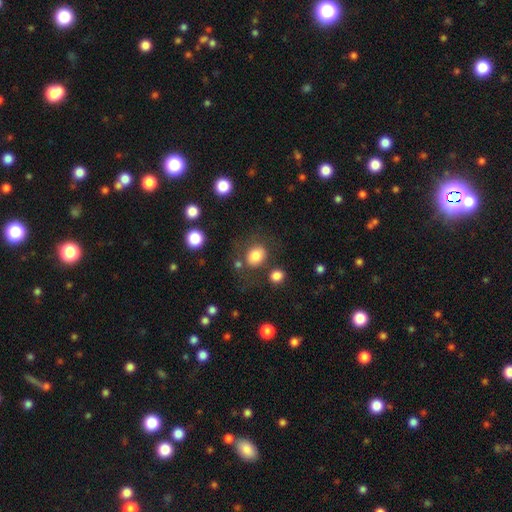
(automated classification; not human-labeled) Smooth or featured: smooth — 81% (star or artifact — 11%)
How rounded: round — 59% (in between — 40%)
Merging: none — 69% (minor disturbance — 15%)